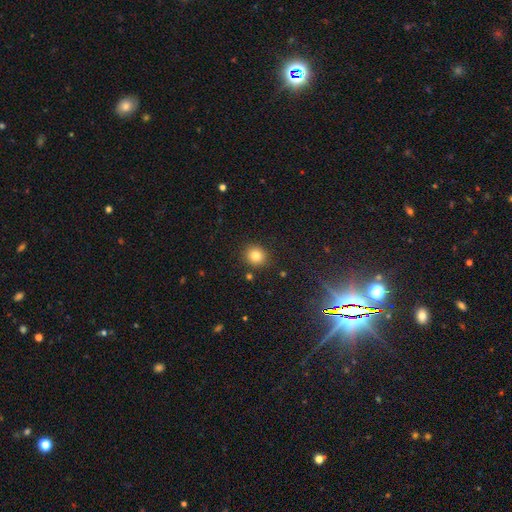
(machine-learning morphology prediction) This is clearly a smooth galaxy (82%). How rounded: clearly round (87%). Merging: clearly none (89%).